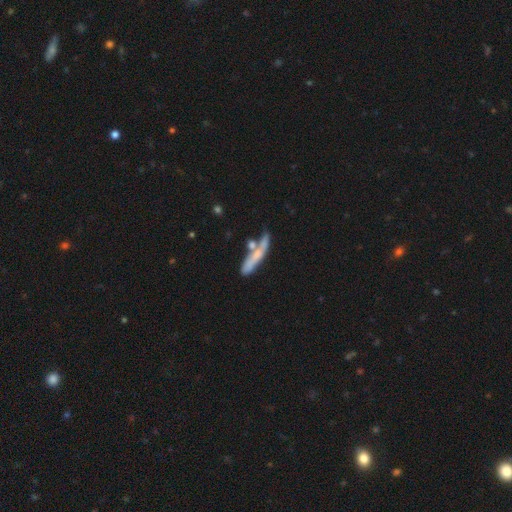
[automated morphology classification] Q: Smooth or featured?
A: smooth (51%); runner-up: featured or disk (41%)
Q: How rounded?
A: cigar-shaped (83%); runner-up: in between (14%)
Q: Merging?
A: none (45%); runner-up: merger (28%)